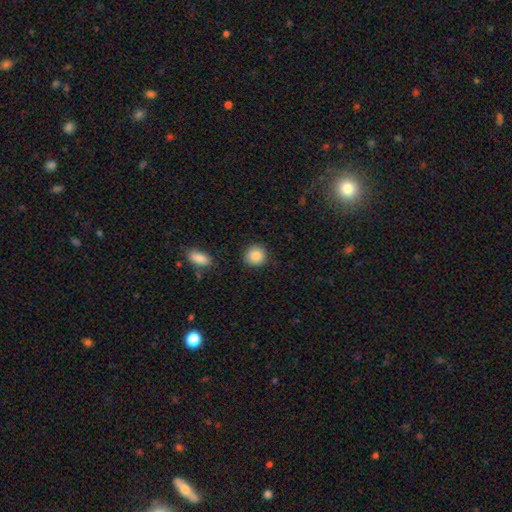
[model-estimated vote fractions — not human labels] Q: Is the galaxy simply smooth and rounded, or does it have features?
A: smooth — 88%.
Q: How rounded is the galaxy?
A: round — 89%.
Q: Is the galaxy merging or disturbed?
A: none — 88%.